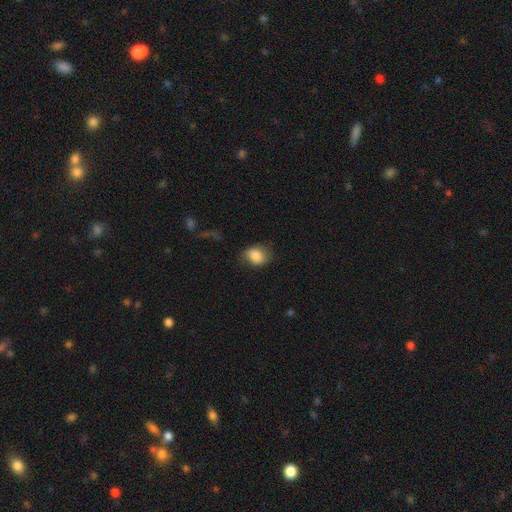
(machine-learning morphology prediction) smooth-or-featured: smooth: 84% | star or artifact: 8% | featured or disk: 8%
  how-rounded: in between: 56% | round: 43% | cigar-shaped: 1%
  merging: none: 66% | minor disturbance: 24% | major disturbance: 8% | merger: 2%